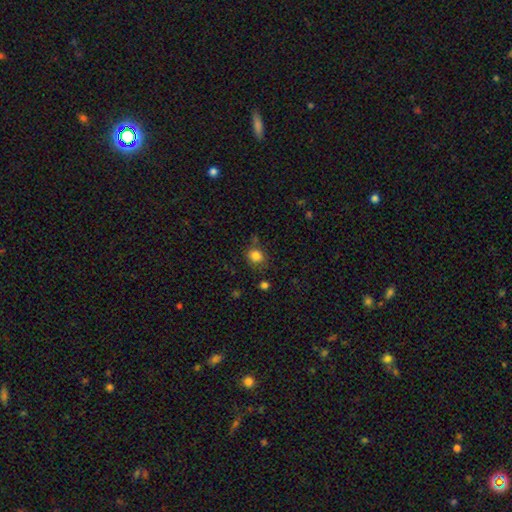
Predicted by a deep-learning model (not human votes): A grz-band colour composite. It shows a smooth galaxy with no disk features (84%) that is round (68%). Merging: none (70%).